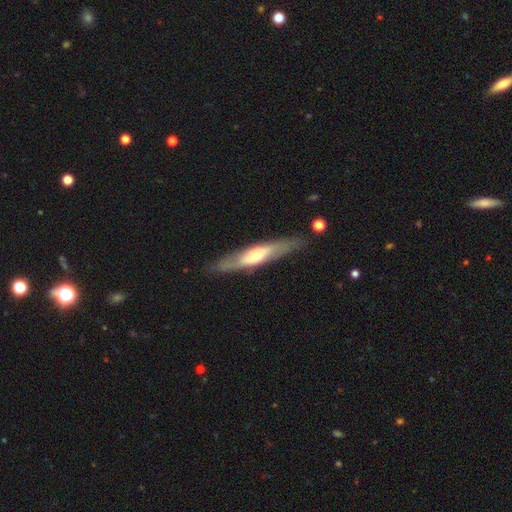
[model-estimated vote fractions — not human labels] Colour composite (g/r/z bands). It shows a featured or disk galaxy (56%) viewed edge-on (71%). Merging: none (82%).